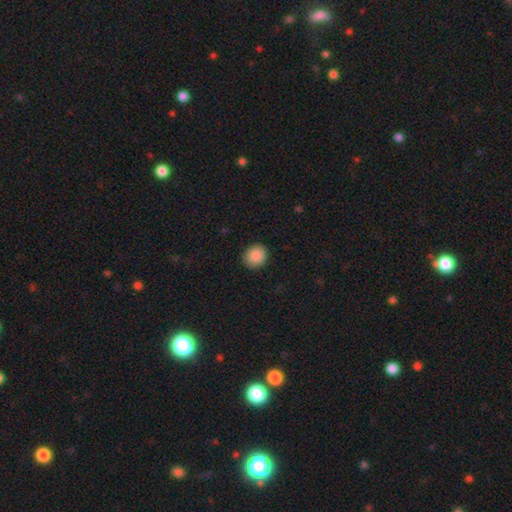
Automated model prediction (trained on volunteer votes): smooth-or-featured: smooth: 89% | star or artifact: 8% | featured or disk: 3%
  how-rounded: round: 80% | in between: 19% | cigar-shaped: 1%
  merging: none: 89% | minor disturbance: 8% | major disturbance: 2% | merger: 1%